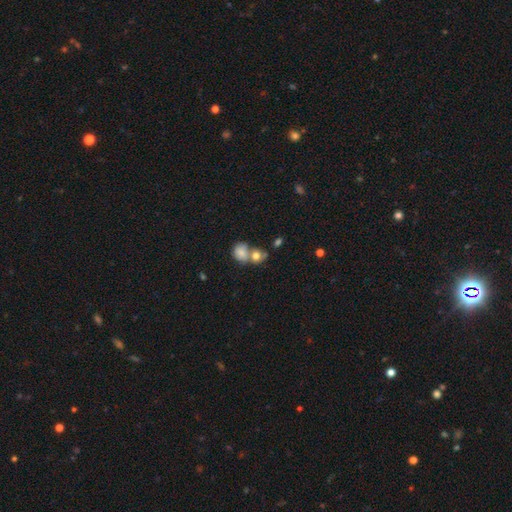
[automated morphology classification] Smooth or featured?
  - smooth: 75% *
  - featured or disk: 14%
  - star or artifact: 11%
How rounded?
  - round: 63% *
  - in between: 35%
  - cigar-shaped: 1%
Merging?
  - merger: 55% *
  - none: 32%
  - minor disturbance: 9%
  - major disturbance: 4%